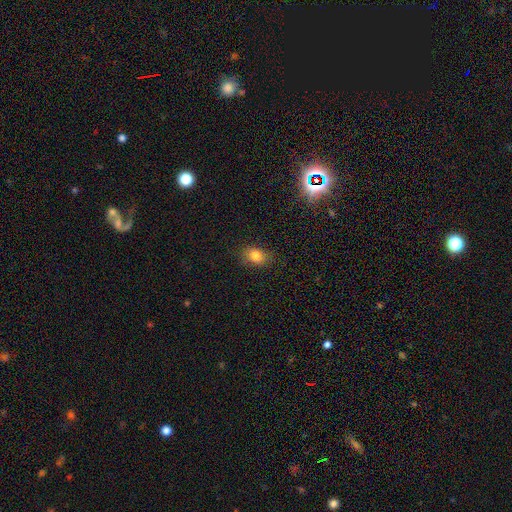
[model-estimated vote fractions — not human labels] Smooth or featured? smooth (82%)
How rounded? in between (70%)
Merging? none (79%)